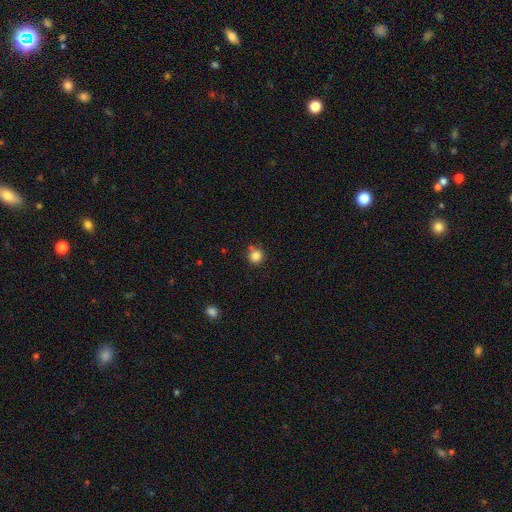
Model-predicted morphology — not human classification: This is clearly a smooth galaxy (83%). How rounded: clearly round (92%). Merging: likely none (73%).